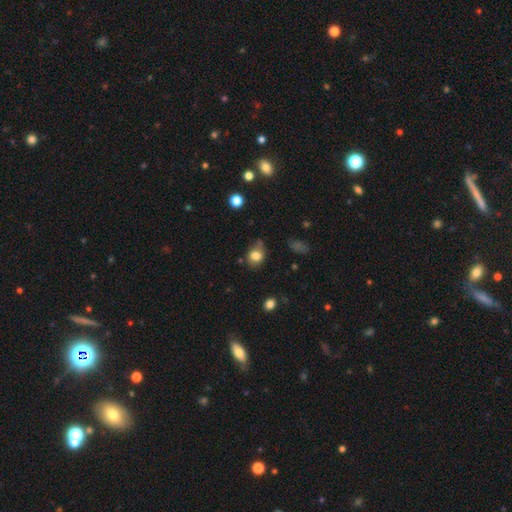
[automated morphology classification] A smooth galaxy with no disk features (79%) that is round (54%). Merging: none (54%).